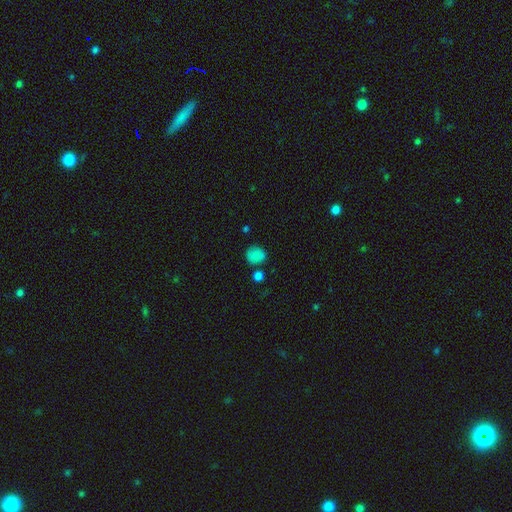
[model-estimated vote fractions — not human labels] A smooth galaxy with no disk features (81%) that is round (73%). Merging: none (71%).